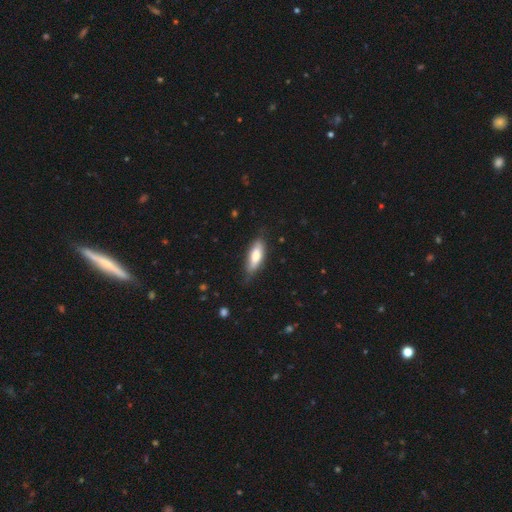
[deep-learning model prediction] smooth 71%, featured or disk 24%, star or artifact 6%. Down the decision tree: how rounded — in between (63%); merging — none (69%).